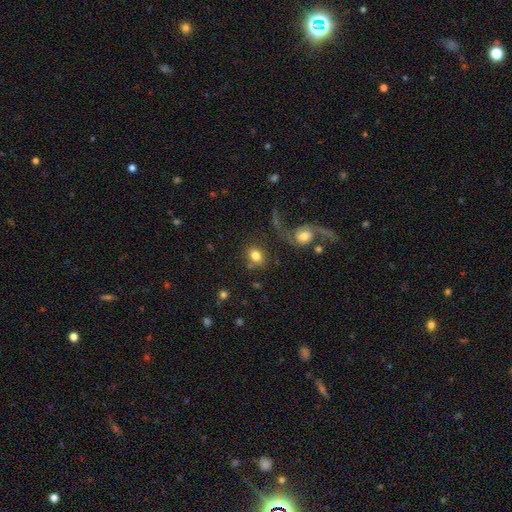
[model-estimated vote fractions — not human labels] The model was most divided on "how rounded": in between: 65%, round: 33%, cigar-shaped: 2%. More confident: smooth or featured — smooth (79%); merging — none (67%).